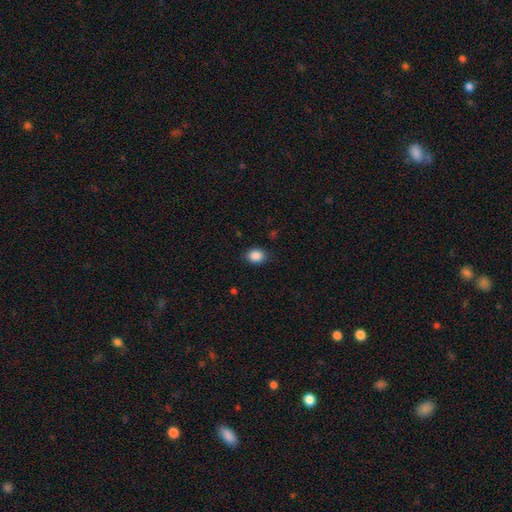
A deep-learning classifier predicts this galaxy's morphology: smooth 88%, star or artifact 9%, featured or disk 3%. Down the decision tree: how rounded — round (54%); merging — none (85%).